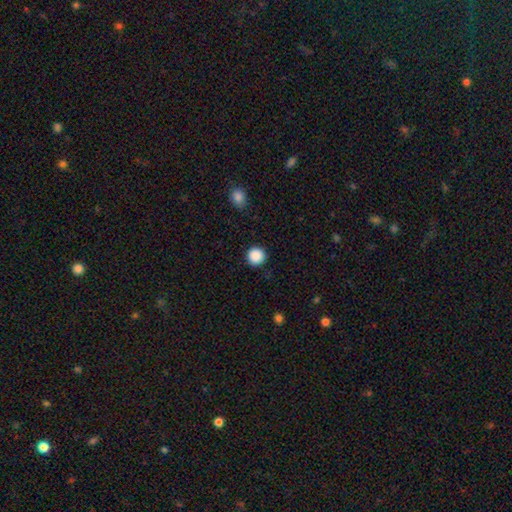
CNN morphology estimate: smooth_or_featured: smooth (p=0.89) [alt: star or artifact p=0.09]
how_rounded: round (p=0.96) [alt: in between p=0.03]
merging: none (p=0.92) [alt: minor disturbance p=0.05]